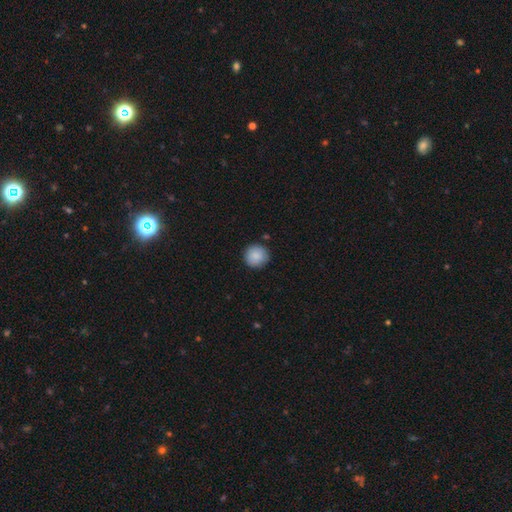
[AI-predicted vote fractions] Smooth or featured?
  - smooth: 87% *
  - star or artifact: 7%
  - featured or disk: 6%
How rounded?
  - round: 95% *
  - in between: 5%
  - cigar-shaped: 1%
Merging?
  - none: 87% *
  - minor disturbance: 9%
  - major disturbance: 2%
  - merger: 2%